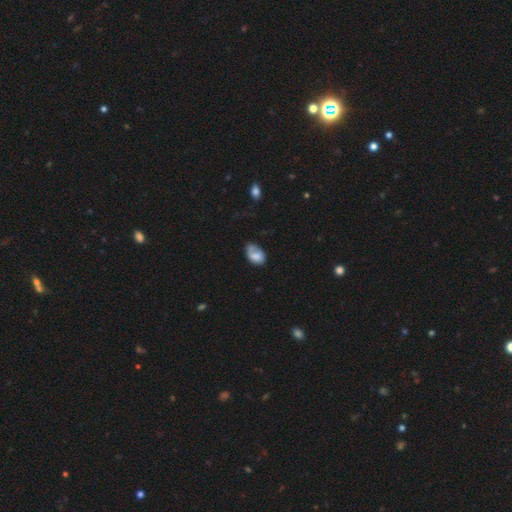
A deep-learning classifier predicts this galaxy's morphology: Overall: smooth (71%). How rounded: in between (85%). Merging: none (40%; minor disturbance 34%).